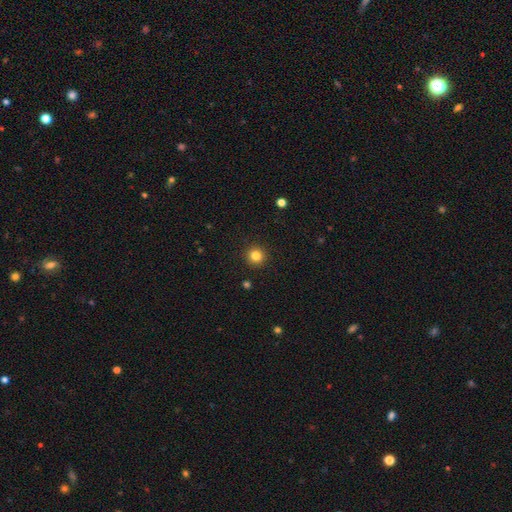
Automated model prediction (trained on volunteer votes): Smooth or featured: smooth — 83% (star or artifact — 12%)
How rounded: round — 95% (in between — 4%)
Merging: none — 93% (minor disturbance — 5%)